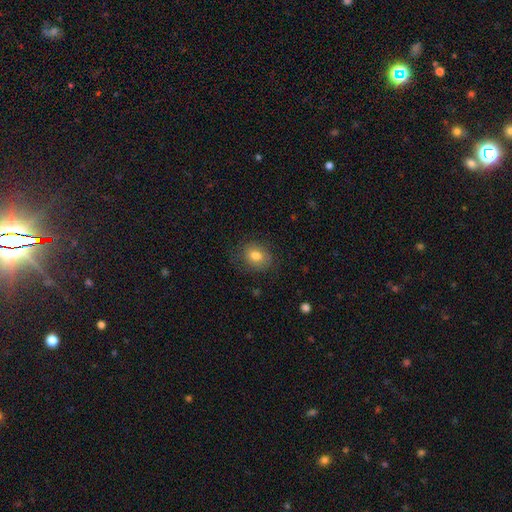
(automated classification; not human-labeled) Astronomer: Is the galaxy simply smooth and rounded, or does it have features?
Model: smooth — 79%.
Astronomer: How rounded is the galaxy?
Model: round — 54% (runner-up: in between, 45%).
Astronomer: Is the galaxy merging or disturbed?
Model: none — 78%.